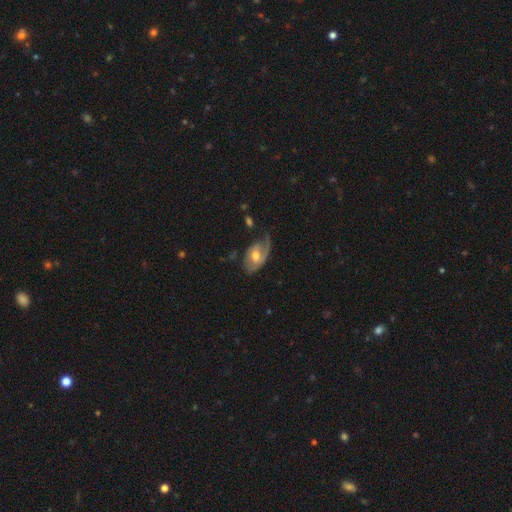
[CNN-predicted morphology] The model was most divided on "spiral winding": medium: 38%, tight: 34%, loose: 27%. Remaining: edge-on disk — no (94%); spiral arms — yes (83%); bulge size — moderate (68%); smooth or featured — featured or disk (66%); bar — no (60%); spiral arm count — 1 (56%); merging — none (45%).